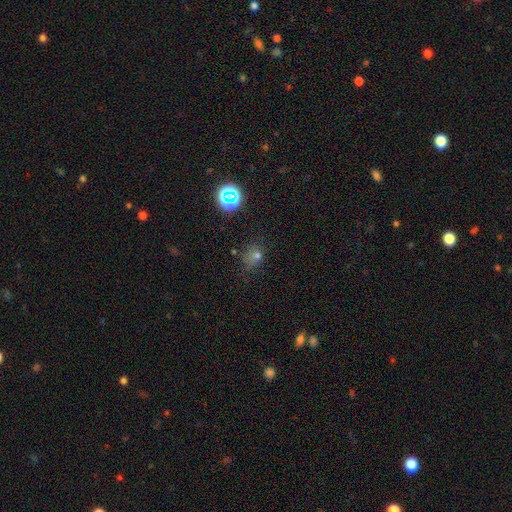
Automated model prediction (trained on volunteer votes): smooth_or_featured: smooth (p=0.59) [alt: star or artifact p=0.31]
how_rounded: round (p=0.65) [alt: in between p=0.34]
merging: none (p=0.64) [alt: minor disturbance p=0.23]